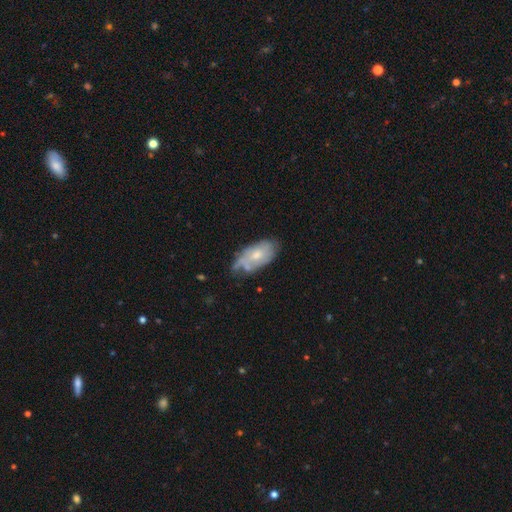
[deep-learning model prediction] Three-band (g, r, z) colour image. It shows a featured or disk galaxy (50%). Merging: none (48%).